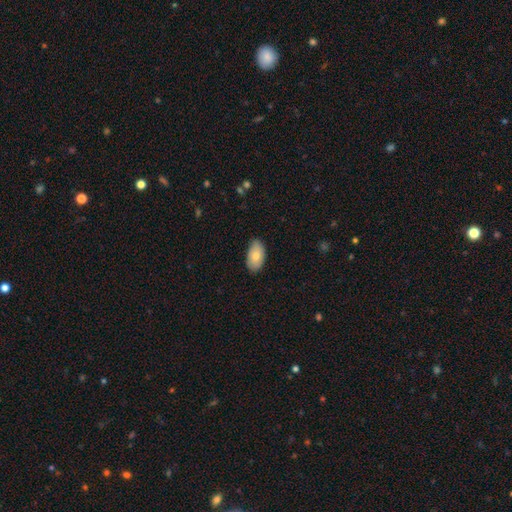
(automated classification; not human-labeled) Smooth or featured? smooth (79%)
How rounded? in between (95%)
Merging? none (80%)